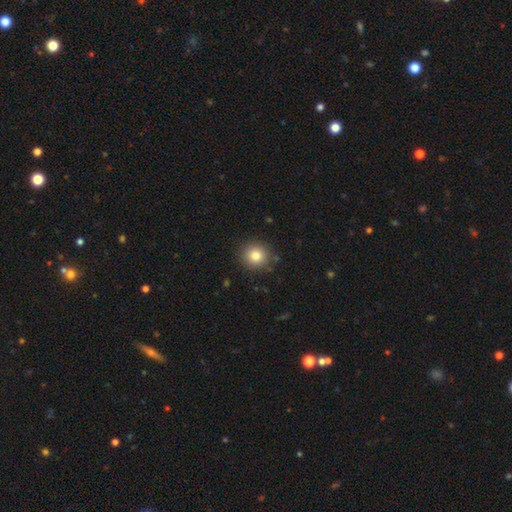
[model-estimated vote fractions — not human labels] This appears to be a smooth galaxy with no disk features (82%) that is round (90%). Merging: none (88%).